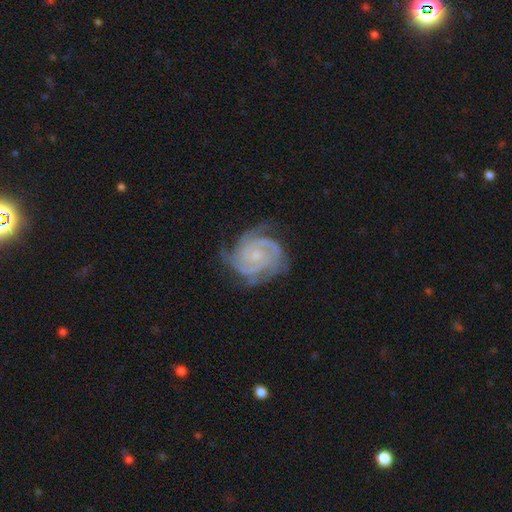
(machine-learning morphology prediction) This appears to be a featured or disk galaxy (91%) with no bar (68%), 3 (43%) tight (71%) spiral arms (98%) and a small central bulge (68%). Merging: none (71%).